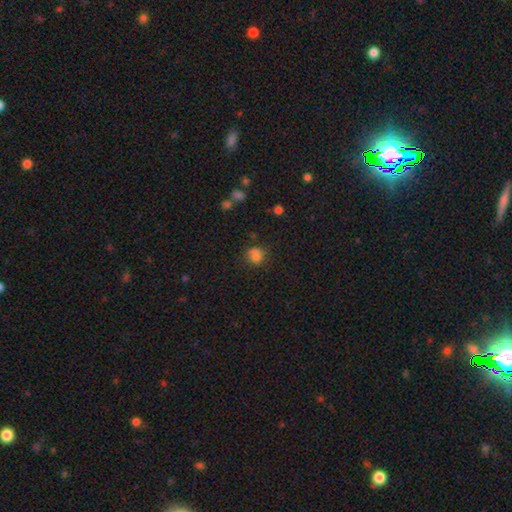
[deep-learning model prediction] A smooth galaxy with no disk features (75%) that is round (78%). Merging: none (55%).